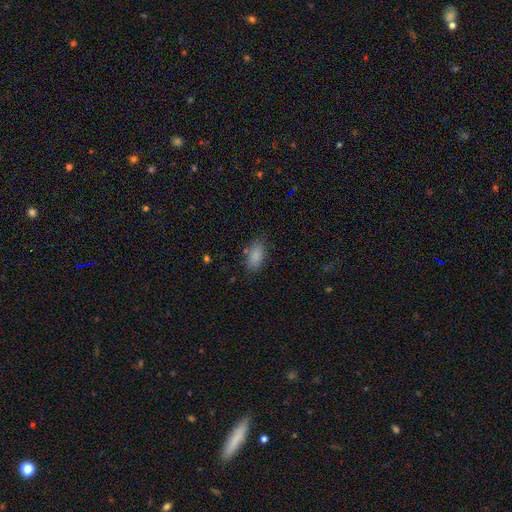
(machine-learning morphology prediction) smooth_or_featured: smooth (p=0.86) [alt: star or artifact p=0.09]
how_rounded: in between (p=0.91) [alt: cigar-shaped p=0.05]
merging: none (p=0.77) [alt: minor disturbance p=0.16]